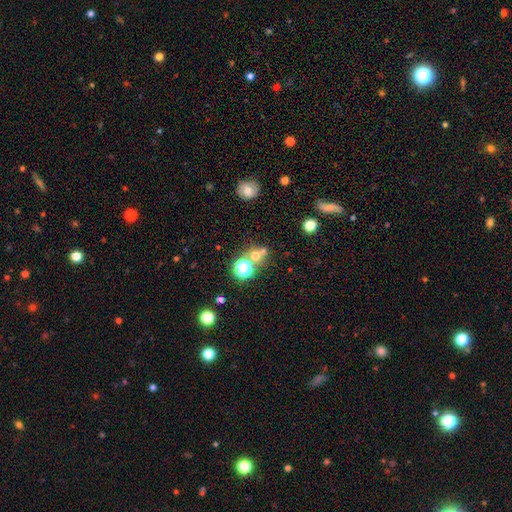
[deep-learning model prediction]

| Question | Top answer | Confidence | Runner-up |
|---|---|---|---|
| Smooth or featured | smooth | 58% | star or artifact (29%) |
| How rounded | round | 81% | in between (18%) |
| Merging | none | 49% | merger (39%) |